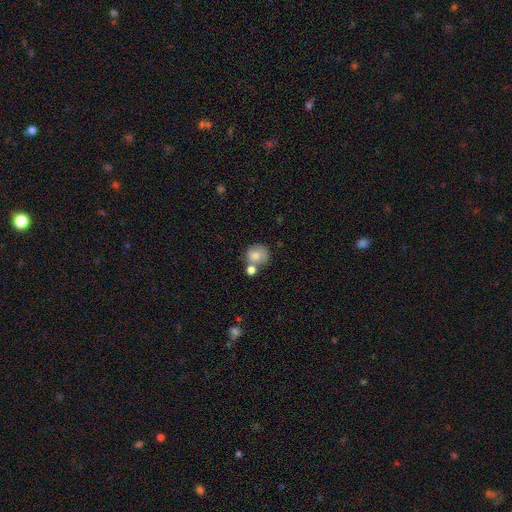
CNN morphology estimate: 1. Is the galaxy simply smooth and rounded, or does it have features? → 79% smooth, 12% featured or disk, 8% star or artifact.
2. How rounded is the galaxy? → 79% round, 20% in between, 1% cigar-shaped.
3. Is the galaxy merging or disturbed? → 47% none, 32% merger, 15% minor disturbance, 6% major disturbance.